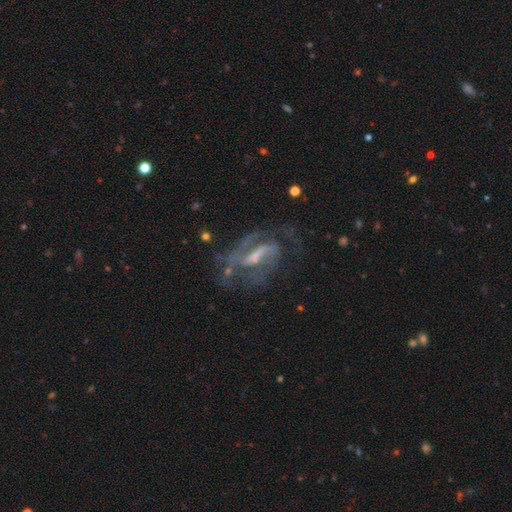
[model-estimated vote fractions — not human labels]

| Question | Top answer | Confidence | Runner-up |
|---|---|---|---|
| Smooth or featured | featured or disk | 82% | smooth (10%) |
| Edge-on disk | no | 93% | yes (7%) |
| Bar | strong | 42% | weak (41%) |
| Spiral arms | yes | 85% | no (15%) |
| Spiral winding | medium | 48% | loose (30%) |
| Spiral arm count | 2 | 61% | can't tell (18%) |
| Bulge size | small | 41% | moderate (29%) |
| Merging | none | 48% | major disturbance (29%) |